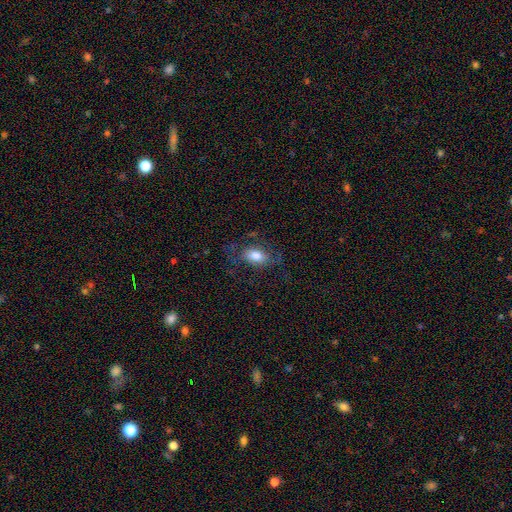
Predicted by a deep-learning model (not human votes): This appears to be a smooth galaxy with no disk features (70%) that is in between round and cigar-shaped (86%). Merging: none (63%).